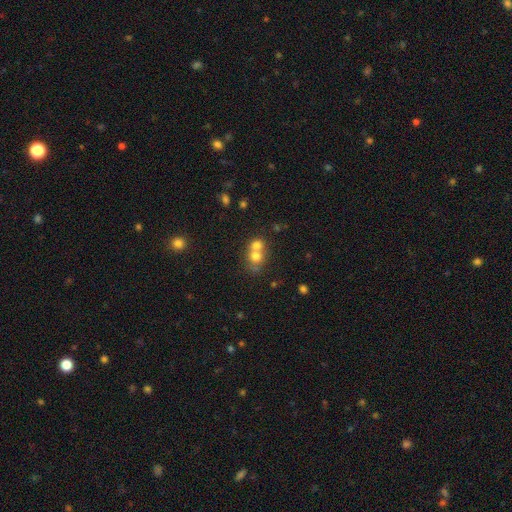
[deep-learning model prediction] A smooth galaxy with no disk features (70%) that is round (74%).

Vote fractions:
- Smooth or featured? smooth: 70% / featured or disk: 17% / star or artifact: 12%
- How rounded? round: 74% / in between: 25% / cigar-shaped: 1%
- Merging? merger: 64% / none: 28% / minor disturbance: 5% / major disturbance: 3%